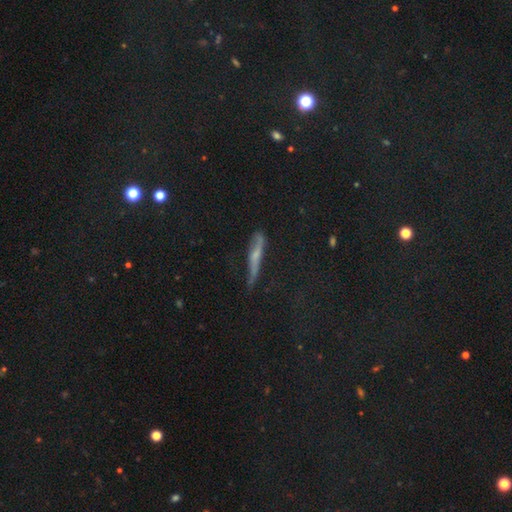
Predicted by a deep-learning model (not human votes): Smooth or featured: featured or disk — 43% (smooth — 40%)
Merging: none — 58% (minor disturbance — 29%)